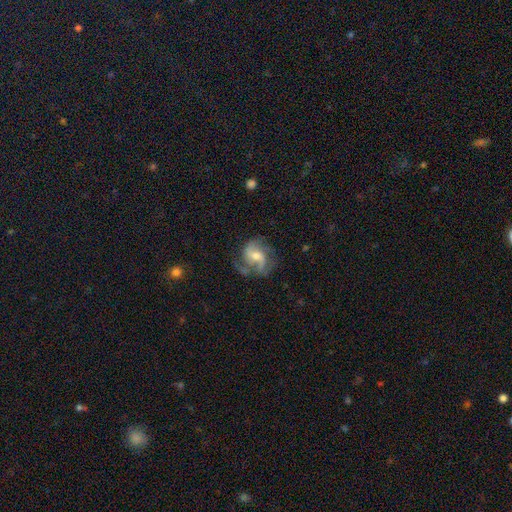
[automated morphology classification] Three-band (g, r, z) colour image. It shows a featured or disk galaxy (80%) with no bar (45%), 2 (67%) medium (51%) spiral arms (94%) and a moderate central bulge (57%). Merging: none (60%).